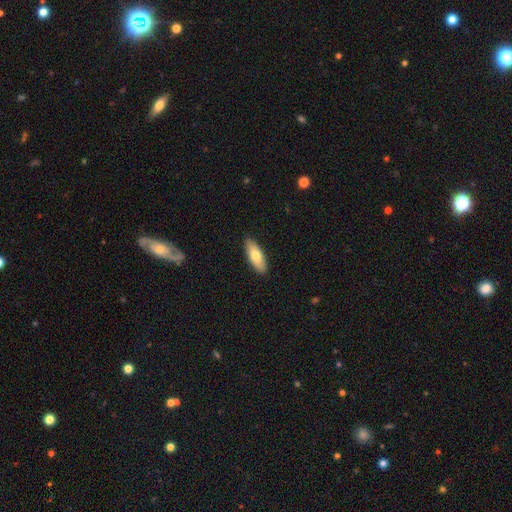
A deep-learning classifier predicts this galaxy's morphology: A smooth galaxy with no disk features (74%) that is in between round and cigar-shaped (70%).

Vote fractions:
- Smooth or featured? smooth: 74% / featured or disk: 21% / star or artifact: 6%
- How rounded? in between: 70% / cigar-shaped: 28% / round: 2%
- Merging? none: 89% / minor disturbance: 8% / major disturbance: 2% / merger: 1%